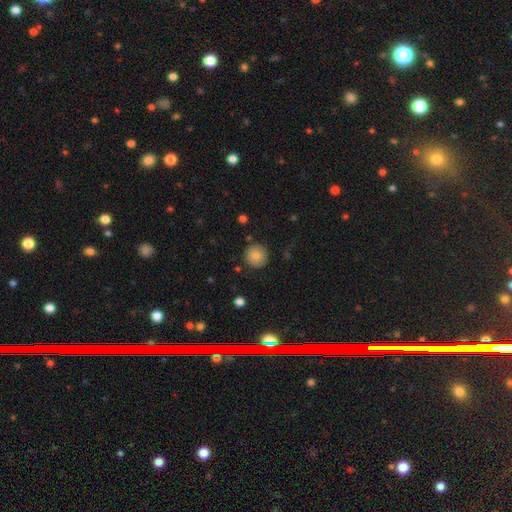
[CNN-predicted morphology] type=smooth (85%); roundness=round (95%); merging=none (88%).